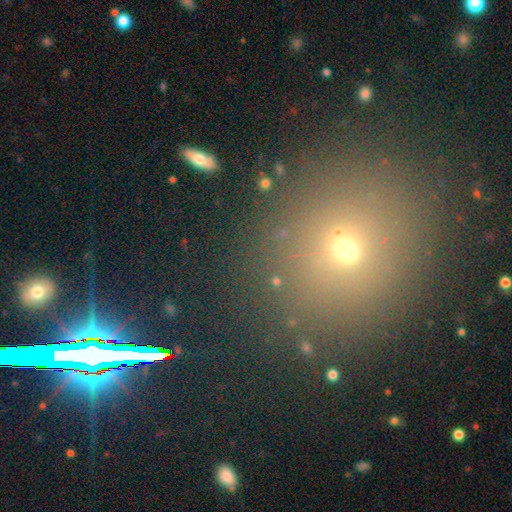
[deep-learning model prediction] Overall: smooth (47%; star or artifact 41%). Merging: none (86%).